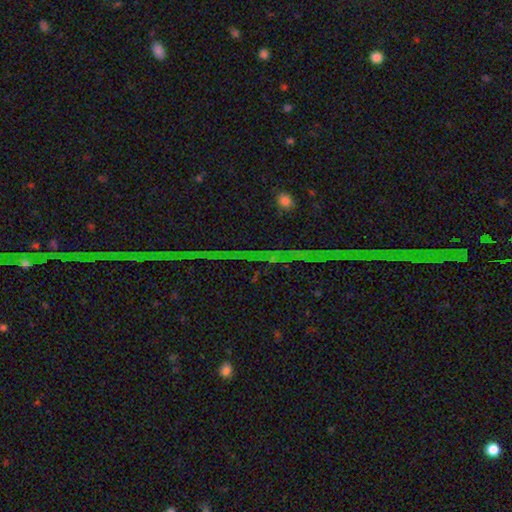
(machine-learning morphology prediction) Smooth or featured? star or artifact (77%)